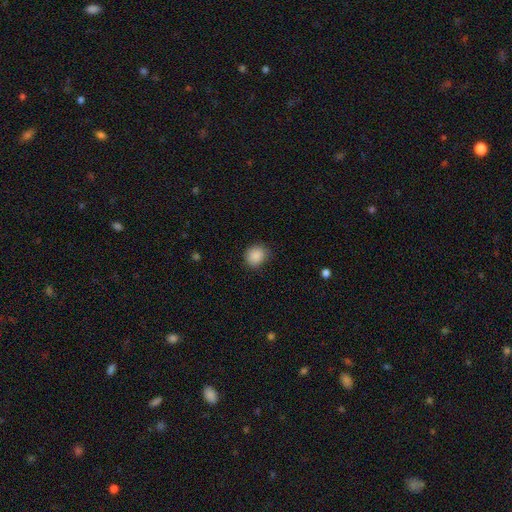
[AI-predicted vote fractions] The model was most divided on "how rounded": round: 75%, in between: 24%, cigar-shaped: 1%. More confident: smooth or featured — smooth (88%); merging — none (82%).